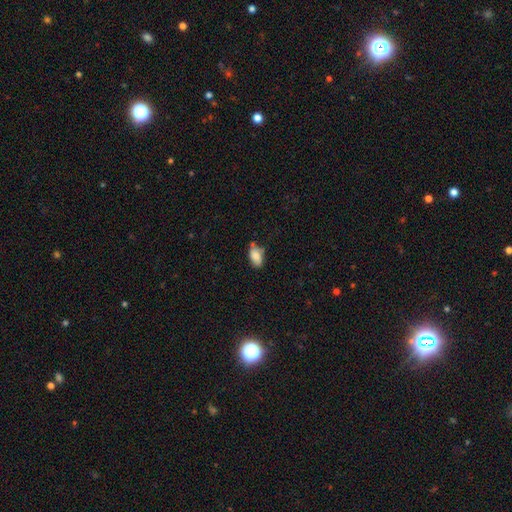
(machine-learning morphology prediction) Smooth or featured? Predicted: smooth (p=0.81). How rounded? Predicted: in between (p=0.90). Merging? Predicted: none (p=0.55).